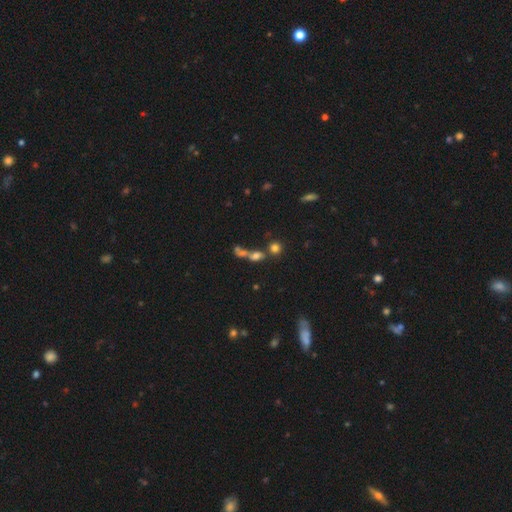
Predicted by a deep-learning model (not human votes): This appears to be a smooth galaxy with no disk features (60%) that is in between round and cigar-shaped (46%). Merging: merger (45%).